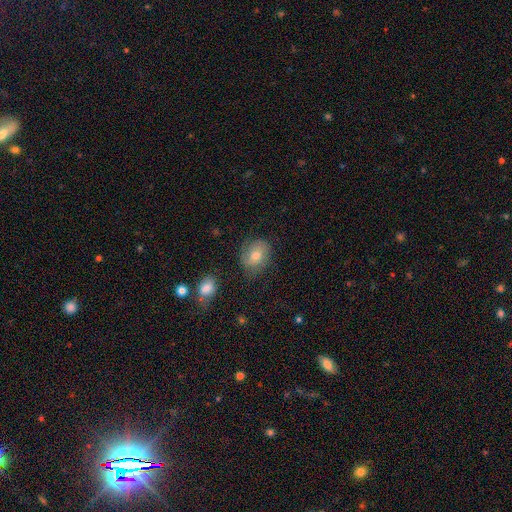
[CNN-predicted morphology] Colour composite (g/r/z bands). It shows a smooth galaxy with no disk features (68%) that is in between round and cigar-shaped (51%). Merging: none (71%).